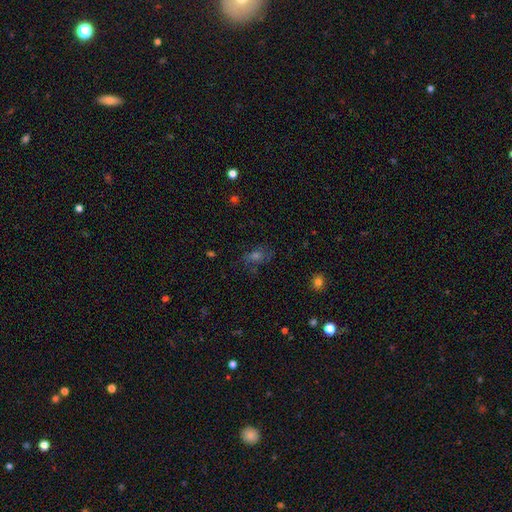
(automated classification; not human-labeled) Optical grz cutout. It shows a smooth galaxy with no disk features (36%). Merging: none (71%).